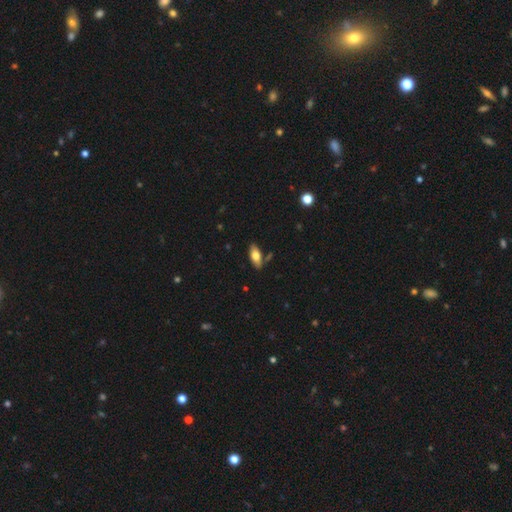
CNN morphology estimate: Smooth or featured?
  - smooth: 70% *
  - featured or disk: 24%
  - star or artifact: 6%
How rounded?
  - in between: 84% *
  - cigar-shaped: 14%
  - round: 3%
Merging?
  - none: 82% *
  - minor disturbance: 12%
  - merger: 4%
  - major disturbance: 2%